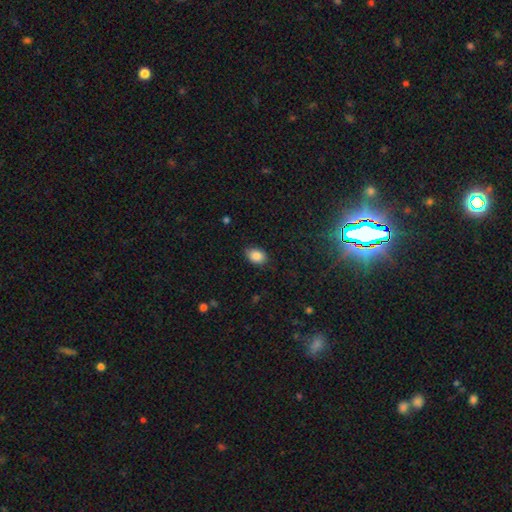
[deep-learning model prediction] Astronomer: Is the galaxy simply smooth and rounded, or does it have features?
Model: smooth — 87%.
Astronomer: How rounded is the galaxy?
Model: in between — 80%.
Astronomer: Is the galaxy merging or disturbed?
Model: none — 81%.